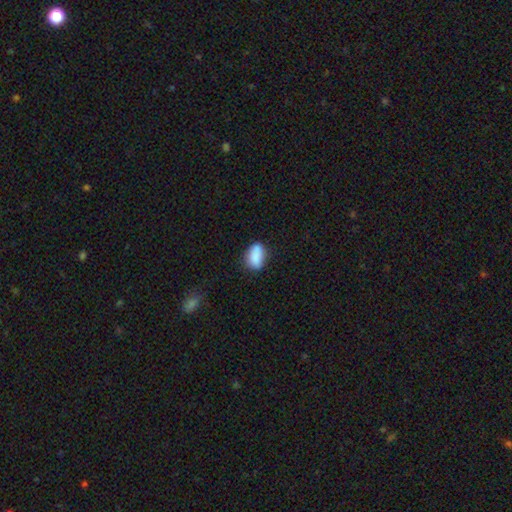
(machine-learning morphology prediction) Smooth or featured: smooth — 86% (star or artifact — 8%)
How rounded: in between — 88% (round — 8%)
Merging: none — 68% (minor disturbance — 23%)